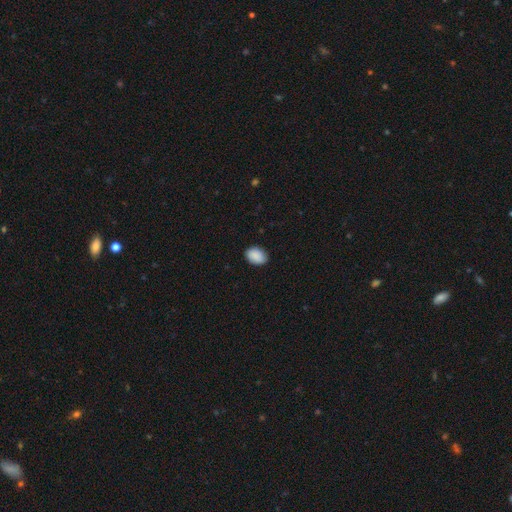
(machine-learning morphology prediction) This appears to be a smooth galaxy with no disk features (90%) that is in between round and cigar-shaped (76%). Merging: none (85%).